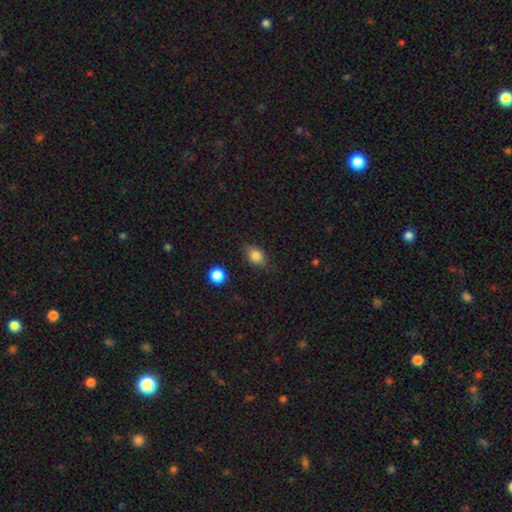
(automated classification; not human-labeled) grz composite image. It shows a smooth galaxy with no disk features (81%) that is in between round and cigar-shaped (70%). Merging: none (76%).